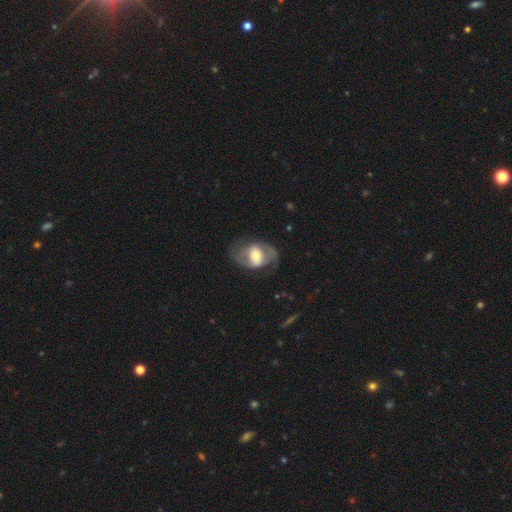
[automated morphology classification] Smooth or featured?
  - featured or disk: 70% *
  - smooth: 24%
  - star or artifact: 6%
Edge-on disk?
  - no: 96% *
  - yes: 4%
Bar?
  - weak: 39% *
  - no: 33%
  - strong: 28%
Spiral arms?
  - yes: 73% *
  - no: 27%
Bulge size?
  - moderate: 60% *
  - large: 20%
  - small: 17%
  - dominant: 2%
  - none: 2%
Merging?
  - none: 66% *
  - minor disturbance: 17%
  - major disturbance: 15%
  - merger: 2%